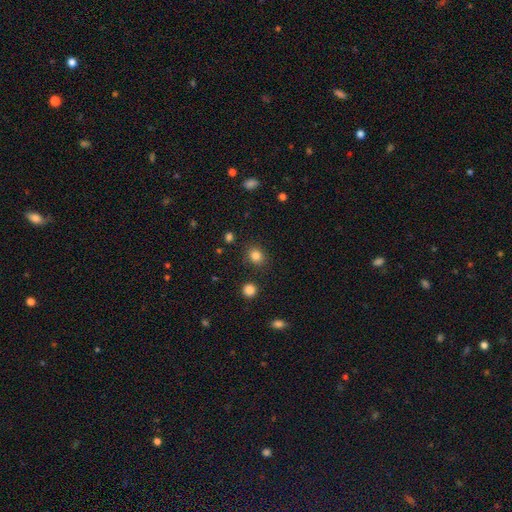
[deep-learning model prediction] Smooth or featured? Predicted: smooth (p=0.84). How rounded? Predicted: round (p=0.70). Merging? Predicted: none (p=0.86).